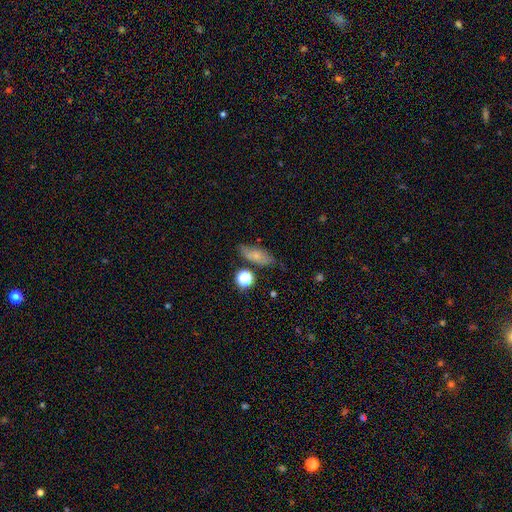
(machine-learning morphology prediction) smooth-or-featured: smooth: 64% | featured or disk: 24% | star or artifact: 11%
  how-rounded: in between: 70% | cigar-shaped: 20% | round: 10%
  merging: none: 64% | minor disturbance: 24% | major disturbance: 7% | merger: 6%